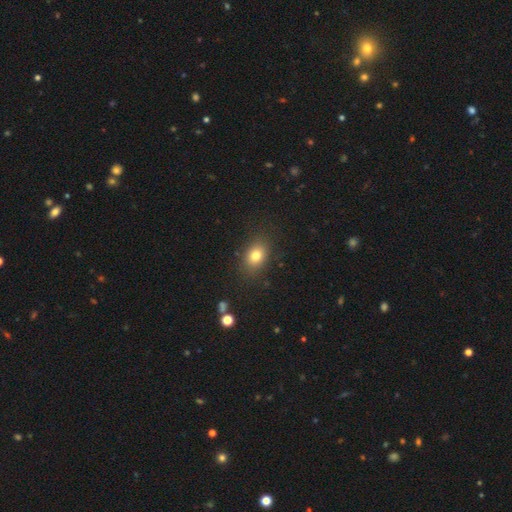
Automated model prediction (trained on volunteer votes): A smooth galaxy with no disk features (79%) that is in between round and cigar-shaped (67%).

Vote fractions:
- Smooth or featured? smooth: 79% / star or artifact: 12% / featured or disk: 10%
- How rounded? in between: 67% / round: 32% / cigar-shaped: 1%
- Merging? none: 83% / minor disturbance: 11% / major disturbance: 4% / merger: 2%